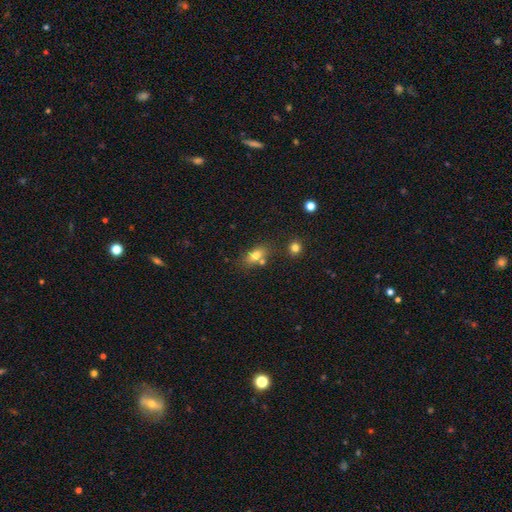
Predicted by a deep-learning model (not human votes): Overall: smooth (77%). How rounded: in between (82%). Merging: none (62%).